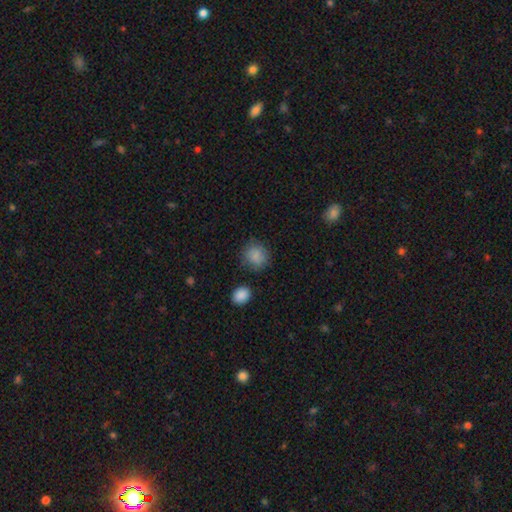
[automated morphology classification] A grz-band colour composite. It shows a smooth galaxy with no disk features (85%) that is round (85%). Merging: none (79%).